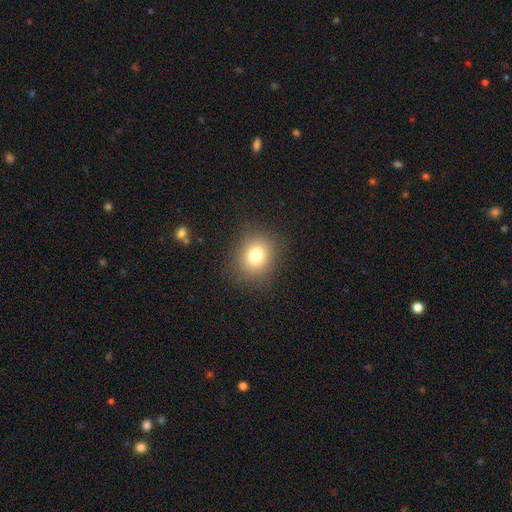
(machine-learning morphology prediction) type=smooth (77%); roundness=round (75%); merging=none (87%).